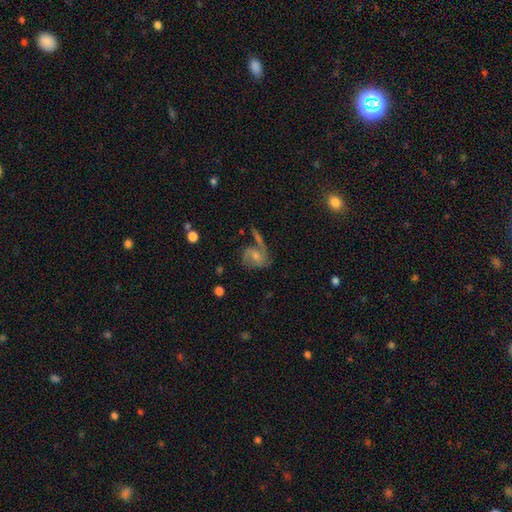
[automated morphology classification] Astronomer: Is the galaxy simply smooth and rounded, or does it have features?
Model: featured or disk — 62%.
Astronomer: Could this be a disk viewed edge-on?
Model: no — 97%.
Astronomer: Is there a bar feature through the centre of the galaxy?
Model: no — 49% (runner-up: weak, 41%).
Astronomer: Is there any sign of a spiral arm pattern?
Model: yes — 84%.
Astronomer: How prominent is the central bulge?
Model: moderate — 49% (runner-up: small, 39%).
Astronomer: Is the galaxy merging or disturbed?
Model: none — 43% (runner-up: major disturbance, 21%).